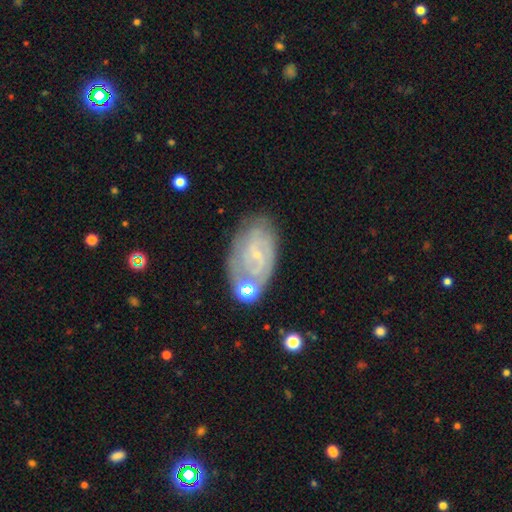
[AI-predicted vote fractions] Smooth or featured? Predicted: featured or disk (p=0.73). Edge-on disk? Predicted: no (p=0.96). Bar? Predicted: no (p=0.54). Spiral arms? Predicted: yes (p=0.87). Spiral winding? Predicted: tight (p=0.60). Spiral arm count? Predicted: can't tell (p=0.40). Bulge size? Predicted: small (p=0.81). Merging? Predicted: none (p=0.61).